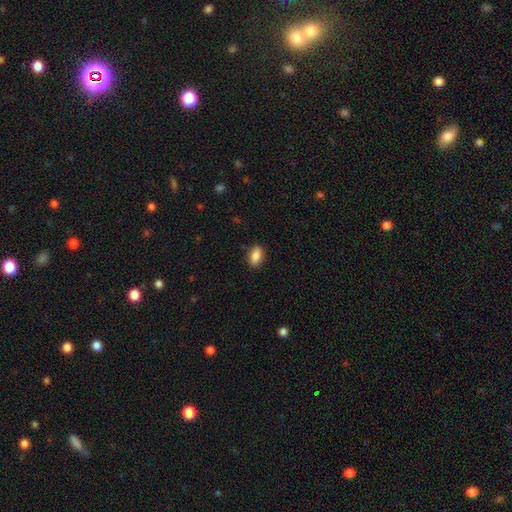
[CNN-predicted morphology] A smooth galaxy with no disk features (87%) that is in between round and cigar-shaped (89%).

Vote fractions:
- Smooth or featured? smooth: 87% / star or artifact: 7% / featured or disk: 6%
- How rounded? in between: 89% / round: 6% / cigar-shaped: 4%
- Merging? none: 88% / minor disturbance: 9% / major disturbance: 2% / merger: 1%